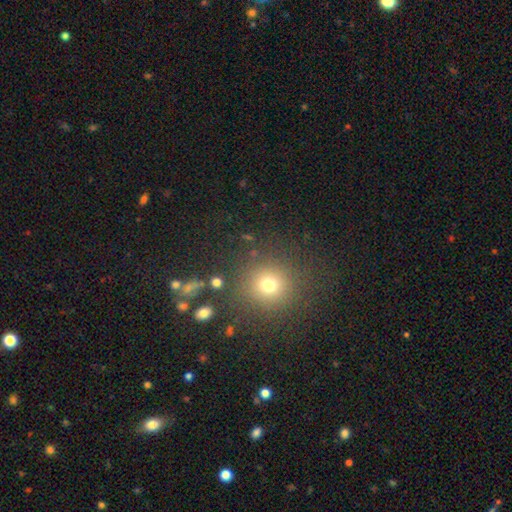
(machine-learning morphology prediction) This appears to be a smooth galaxy with no disk features (56%) that is round (91%). Merging: none (87%).